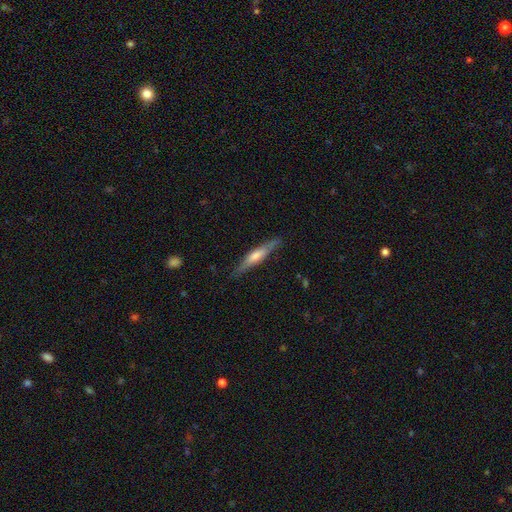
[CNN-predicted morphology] Overall: featured or disk (60%; smooth 34%). Edge-on disk: yes (94%). Edge-on bulge: rounded (67%). Merging: none (84%).